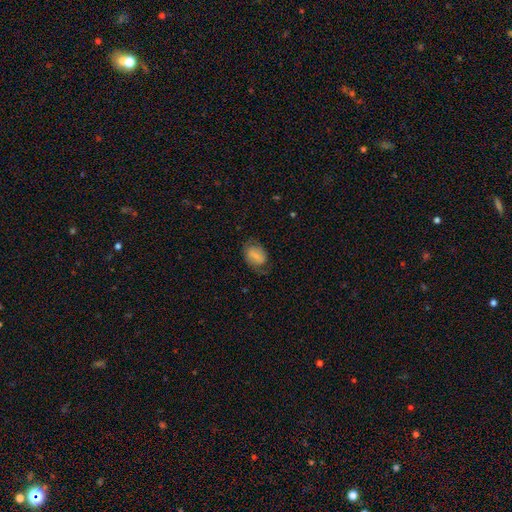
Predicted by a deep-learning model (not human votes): Q: Smooth or featured?
A: smooth (61%); runner-up: featured or disk (31%)
Q: How rounded?
A: in between (74%); runner-up: round (24%)
Q: Merging?
A: none (57%); runner-up: minor disturbance (25%)